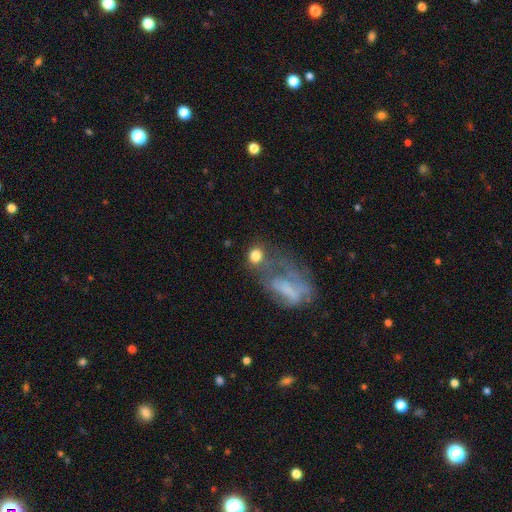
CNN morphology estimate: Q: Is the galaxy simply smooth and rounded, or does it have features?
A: smooth — 73%.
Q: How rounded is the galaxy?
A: round — 75%.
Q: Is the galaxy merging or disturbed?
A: none — 45%.